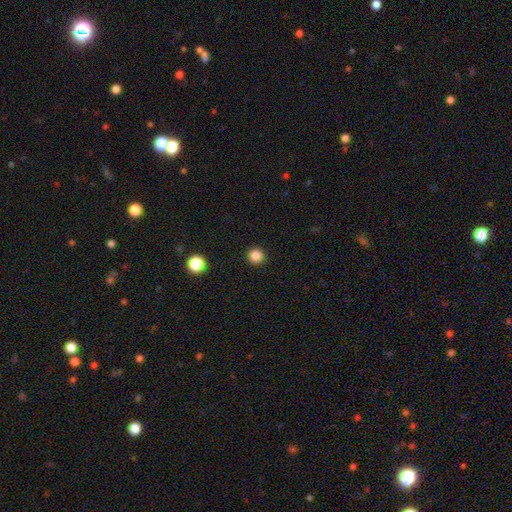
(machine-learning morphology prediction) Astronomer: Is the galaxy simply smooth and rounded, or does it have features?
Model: smooth — 85%.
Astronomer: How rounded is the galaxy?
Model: round — 96%.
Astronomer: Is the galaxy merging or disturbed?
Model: none — 93%.